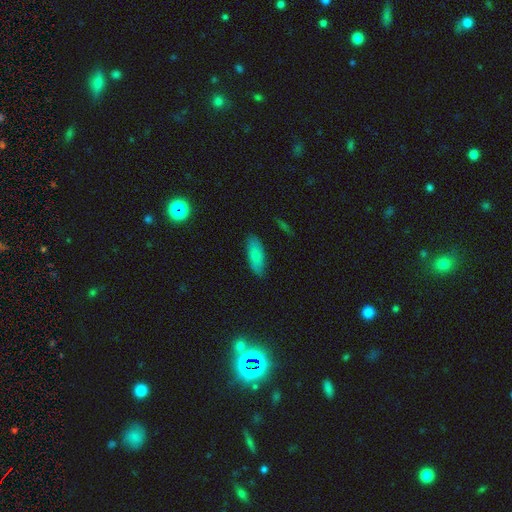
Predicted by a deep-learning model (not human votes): smooth_or_featured: smooth (p=0.80) [alt: featured or disk p=0.13]
how_rounded: in between (p=0.78) [alt: cigar-shaped p=0.20]
merging: none (p=0.83) [alt: minor disturbance p=0.13]